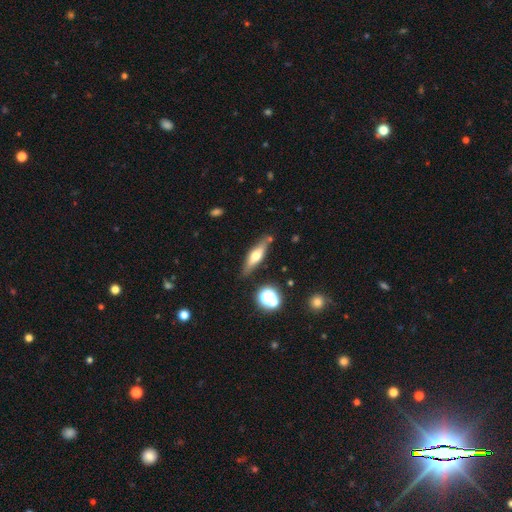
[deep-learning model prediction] featured or disk 52%, smooth 39%, star or artifact 9%. Down the decision tree: edge-on disk — yes (90%); merging — none (81%).